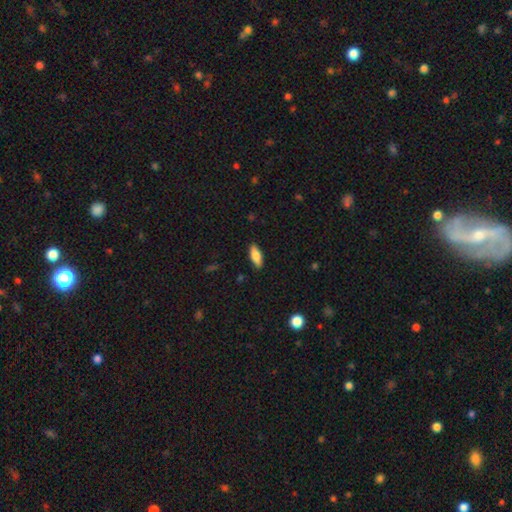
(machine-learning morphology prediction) A smooth galaxy with no disk features (77%) that is in between round and cigar-shaped (75%).

Vote fractions:
- Smooth or featured? smooth: 77% / featured or disk: 17% / star or artifact: 6%
- How rounded? in between: 75% / cigar-shaped: 23% / round: 2%
- Merging? none: 89% / minor disturbance: 8% / major disturbance: 2% / merger: 1%